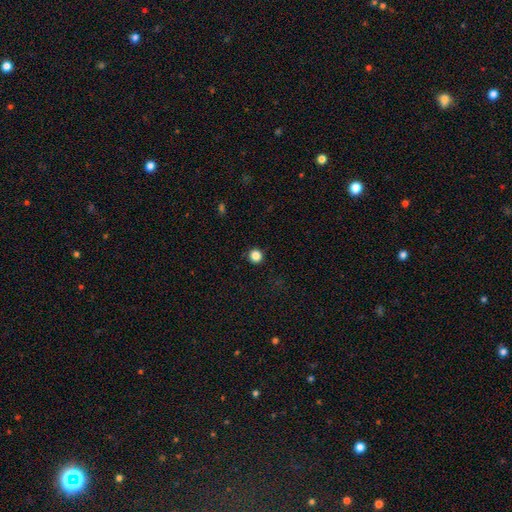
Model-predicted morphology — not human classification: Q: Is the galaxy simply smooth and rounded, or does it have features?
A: smooth — 86%.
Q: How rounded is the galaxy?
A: round — 95%.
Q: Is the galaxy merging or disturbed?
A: none — 92%.